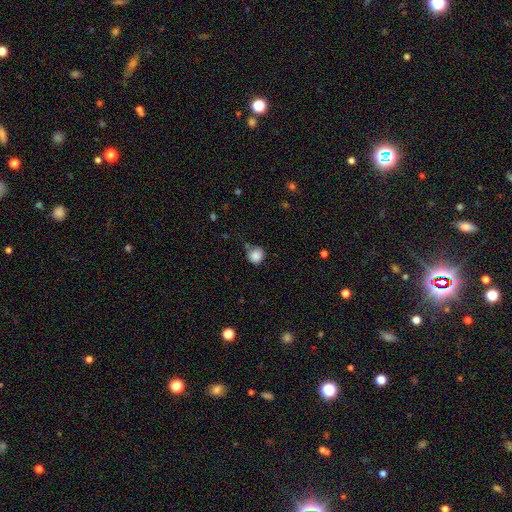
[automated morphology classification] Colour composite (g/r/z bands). It shows a smooth galaxy with no disk features (86%) that is round (85%). Merging: none (64%).